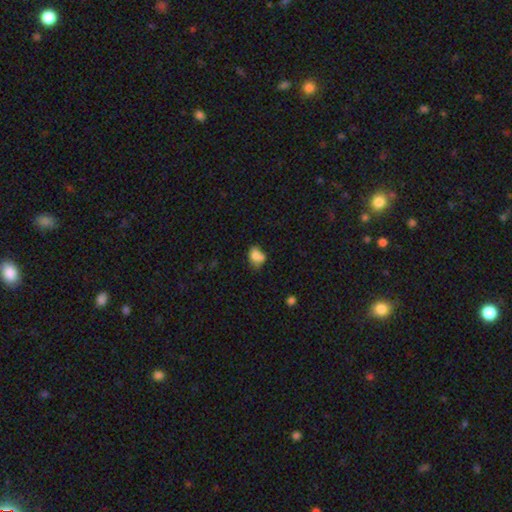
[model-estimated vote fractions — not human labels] The model was most divided on "merging": none: 37%, minor disturbance: 27%, merger: 25%, major disturbance: 11%. More confident: smooth or featured — smooth (76%); how rounded — in between (62%).